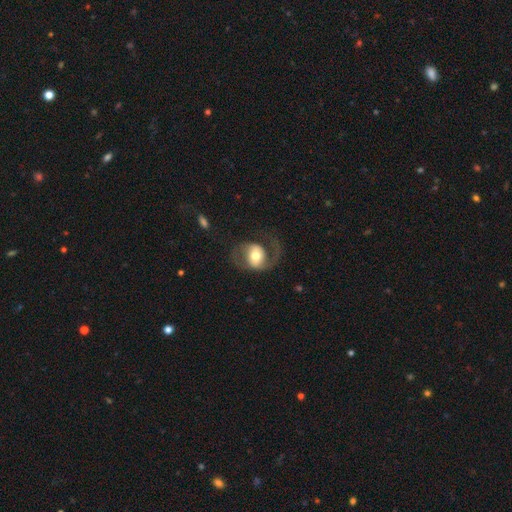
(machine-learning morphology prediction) This appears to be a featured or disk galaxy (66%) with no bar (47%), 2 (72%) loose (44%) spiral arms (82%) and a moderate central bulge (63%). Merging: none (53%).